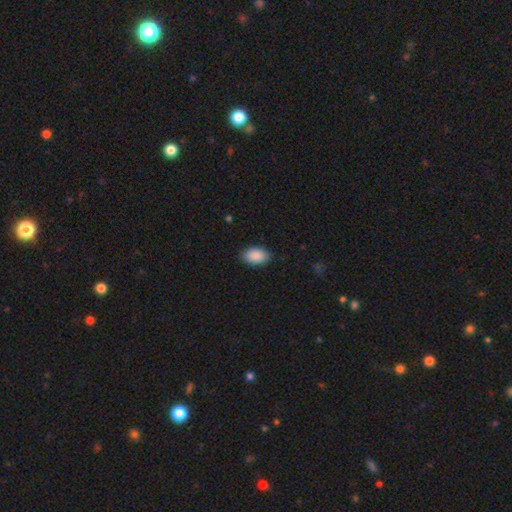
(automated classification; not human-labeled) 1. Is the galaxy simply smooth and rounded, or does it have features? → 90% smooth, 6% star or artifact, 4% featured or disk.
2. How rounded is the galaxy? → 93% in between, 6% round, 1% cigar-shaped.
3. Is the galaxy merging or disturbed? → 86% none, 11% minor disturbance, 2% major disturbance, 1% merger.